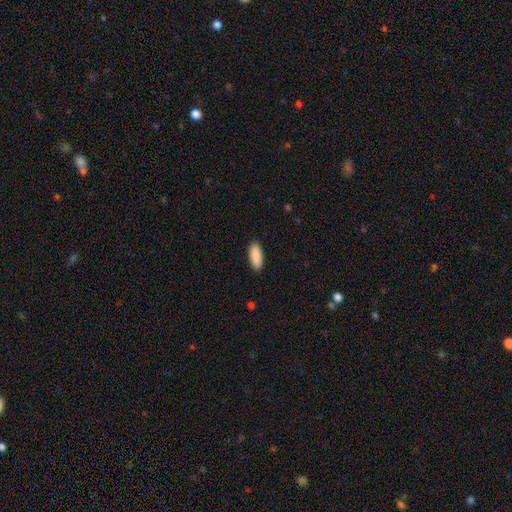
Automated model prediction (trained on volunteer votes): Smooth or featured? Predicted: smooth (p=0.91). How rounded? Predicted: in between (p=0.75). Merging? Predicted: none (p=0.91).